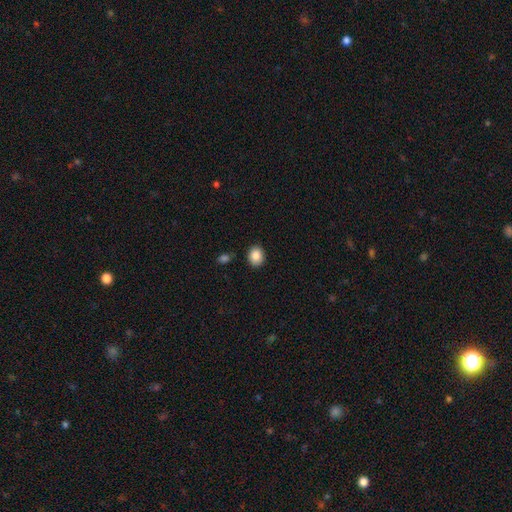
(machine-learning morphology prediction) Smooth or featured? smooth (86%)
How rounded? round (61%)
Merging? none (89%)